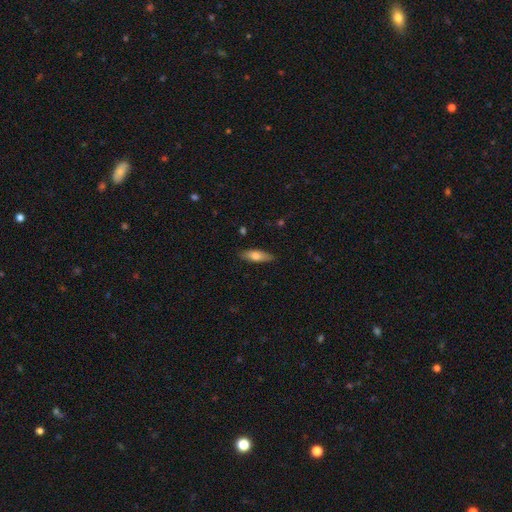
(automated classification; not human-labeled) This appears to be a smooth galaxy with no disk features (72%) that is in between round and cigar-shaped (51%). Merging: none (86%).